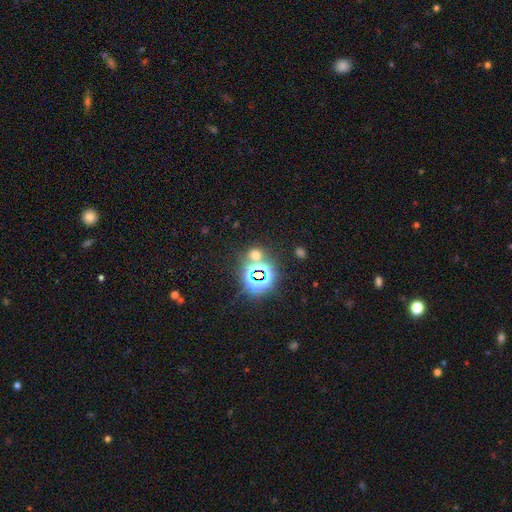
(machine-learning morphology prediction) star or artifact 50%, smooth 42%, featured or disk 8%.